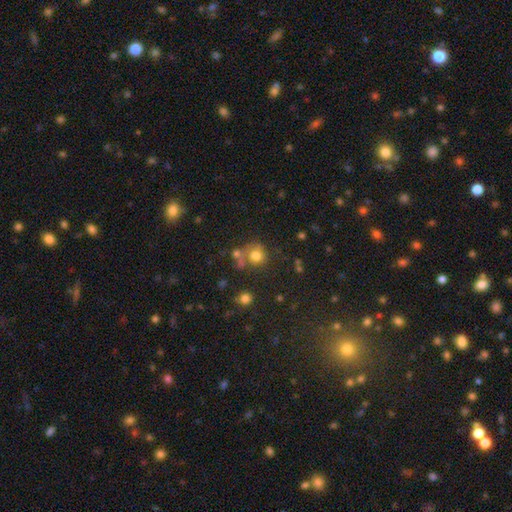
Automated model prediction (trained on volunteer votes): Smooth or featured: smooth — 74% (star or artifact — 15%)
How rounded: round — 84% (in between — 15%)
Merging: none — 56% (merger — 22%)